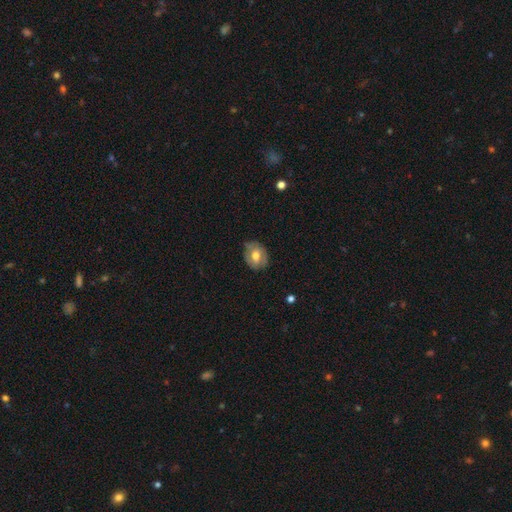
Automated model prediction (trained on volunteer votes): Overall: smooth (53%; featured or disk 40%). How rounded: in between (54%; round 45%). Merging: none (72%).